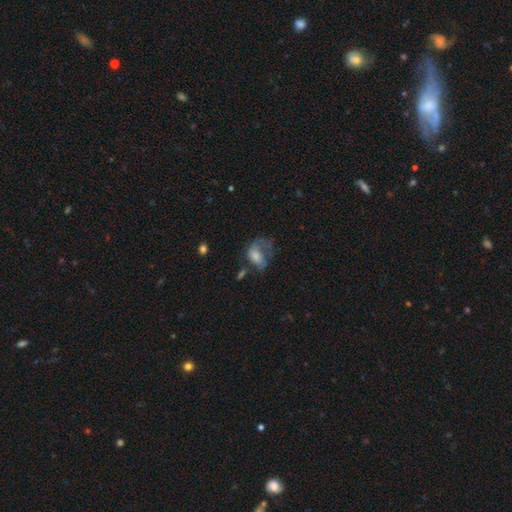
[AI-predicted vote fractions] Smooth or featured: featured or disk — 44% (tied with smooth — 44%)
Merging: major disturbance — 49% (none — 25%)